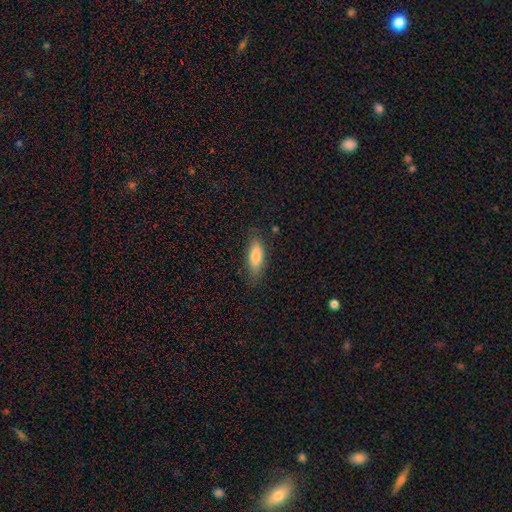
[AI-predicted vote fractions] Smooth or featured? Predicted: smooth (p=0.80). How rounded? Predicted: in between (p=0.61). Merging? Predicted: none (p=0.79).